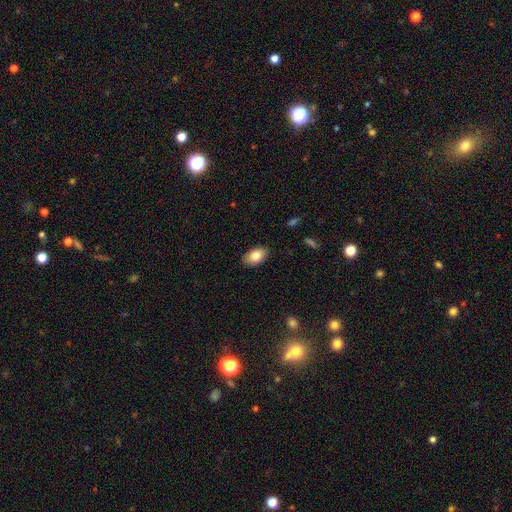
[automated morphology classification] Smooth or featured?
  - smooth: 83% *
  - featured or disk: 10%
  - star or artifact: 7%
How rounded?
  - in between: 93% *
  - round: 5%
  - cigar-shaped: 2%
Merging?
  - none: 87% *
  - minor disturbance: 10%
  - major disturbance: 2%
  - merger: 1%